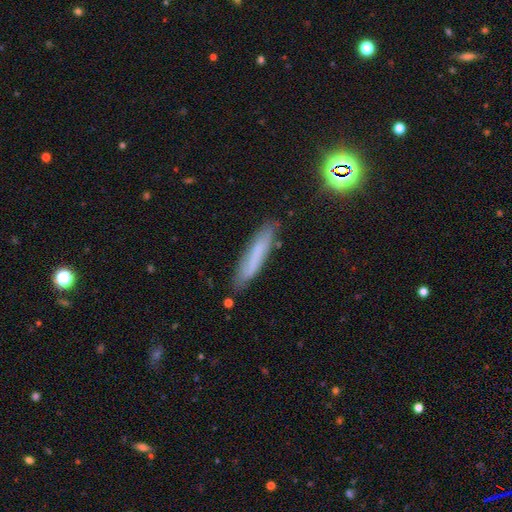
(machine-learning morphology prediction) smooth-or-featured: smooth: 62% | featured or disk: 28% | star or artifact: 11%
  how-rounded: cigar-shaped: 89% | in between: 10% | round: 1%
  merging: none: 81% | minor disturbance: 14% | major disturbance: 3% | merger: 2%